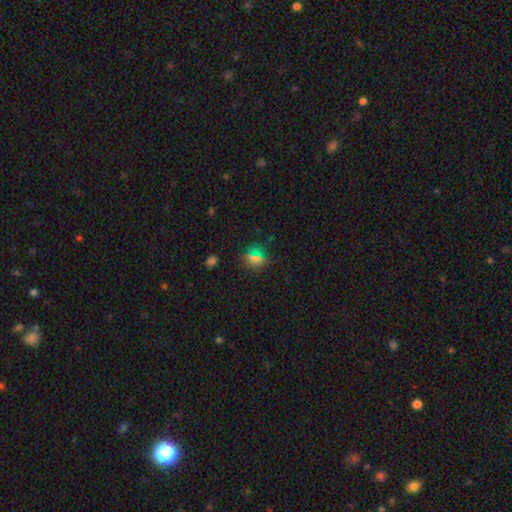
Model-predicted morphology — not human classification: Smooth or featured? Predicted: smooth (p=0.66). How rounded? Predicted: round (p=0.84). Merging? Predicted: none (p=0.86).